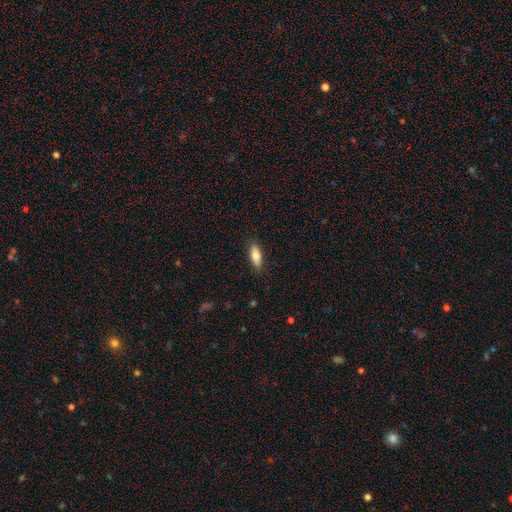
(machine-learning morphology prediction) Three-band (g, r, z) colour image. It shows a smooth galaxy with no disk features (79%) that is in between round and cigar-shaped (73%). Merging: none (87%).